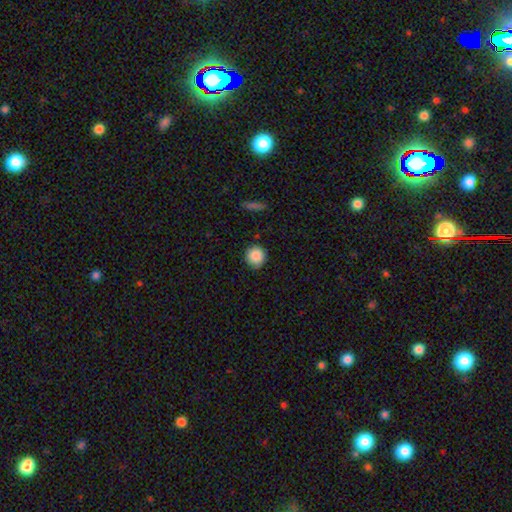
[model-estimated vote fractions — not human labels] A smooth galaxy with no disk features (87%) that is round (93%).

Vote fractions:
- Smooth or featured? smooth: 87% / star or artifact: 8% / featured or disk: 5%
- How rounded? round: 93% / in between: 6% / cigar-shaped: 1%
- Merging? none: 82% / minor disturbance: 14% / major disturbance: 3% / merger: 2%